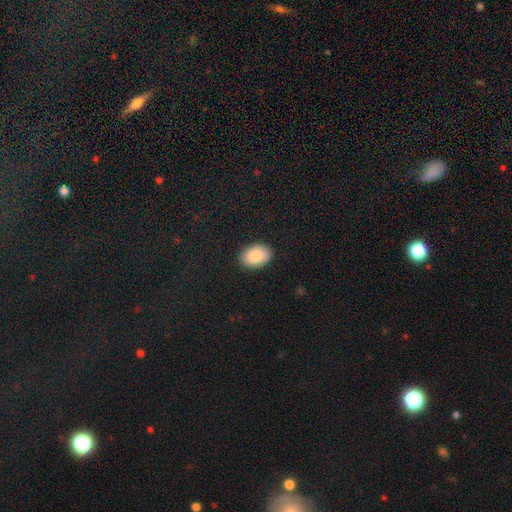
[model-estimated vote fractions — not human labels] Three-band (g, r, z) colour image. It shows a smooth galaxy with no disk features (87%) that is in between round and cigar-shaped (84%). Merging: none (89%).